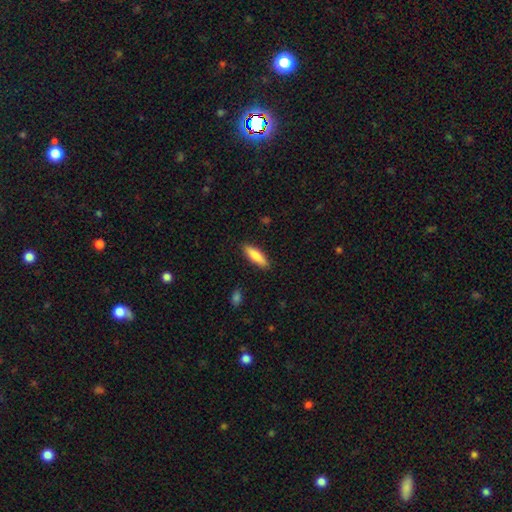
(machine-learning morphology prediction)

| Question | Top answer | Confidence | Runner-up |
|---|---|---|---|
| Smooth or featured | smooth | 83% | featured or disk (11%) |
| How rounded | cigar-shaped | 58% | in between (40%) |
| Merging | none | 89% | minor disturbance (8%) |